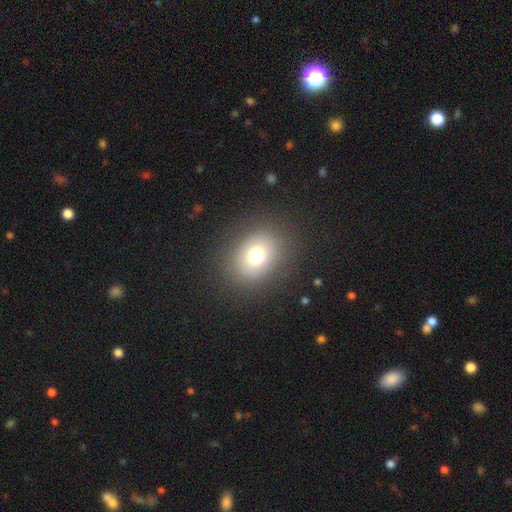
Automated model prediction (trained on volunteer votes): Overall: smooth (72%). How rounded: round (61%; in between 38%). Merging: none (87%).